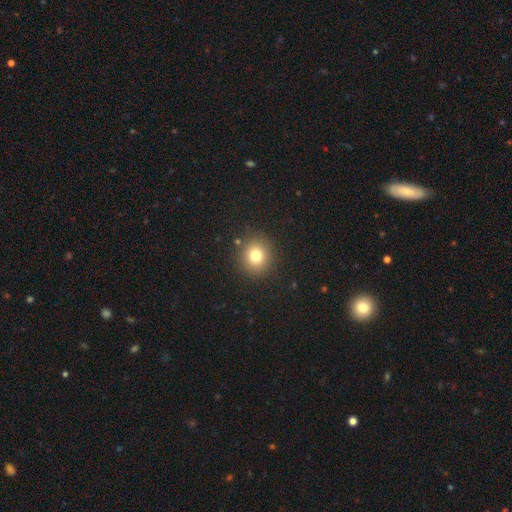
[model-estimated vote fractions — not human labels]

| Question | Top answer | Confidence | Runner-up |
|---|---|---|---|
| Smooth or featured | smooth | 77% | star or artifact (14%) |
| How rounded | round | 86% | in between (13%) |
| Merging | none | 89% | minor disturbance (7%) |